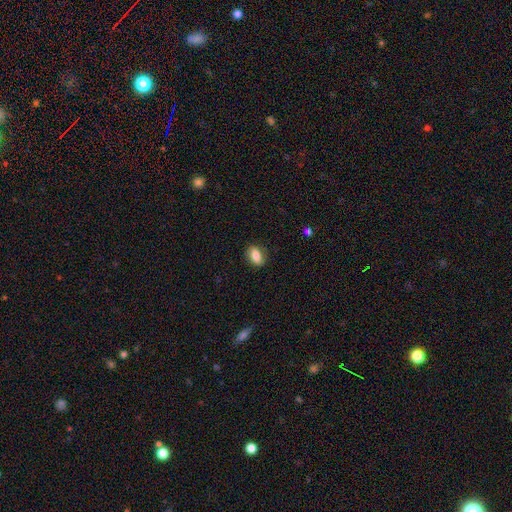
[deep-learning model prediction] Smooth or featured? Predicted: smooth (p=0.75). How rounded? Predicted: in between (p=0.81). Merging? Predicted: none (p=0.83).